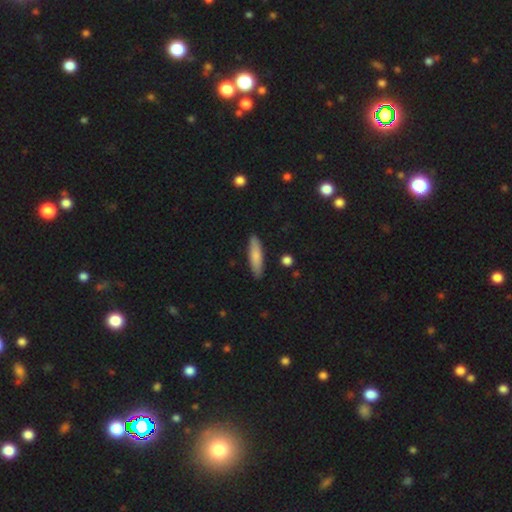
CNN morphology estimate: This is likely a smooth galaxy (77%). How rounded: likely cigar-shaped (72%). Merging: clearly none (89%).